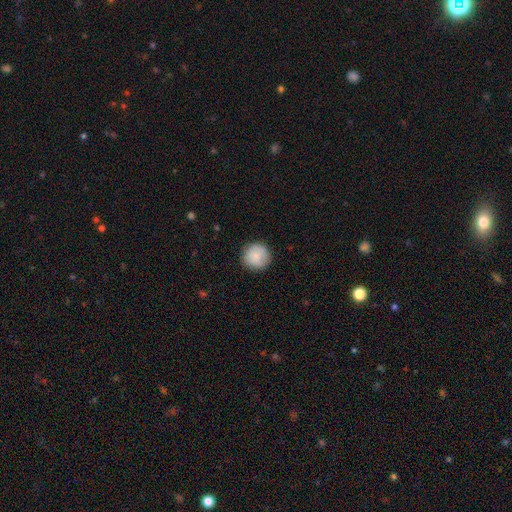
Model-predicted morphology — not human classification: Smooth or featured? smooth (87%)
How rounded? round (94%)
Merging? none (86%)